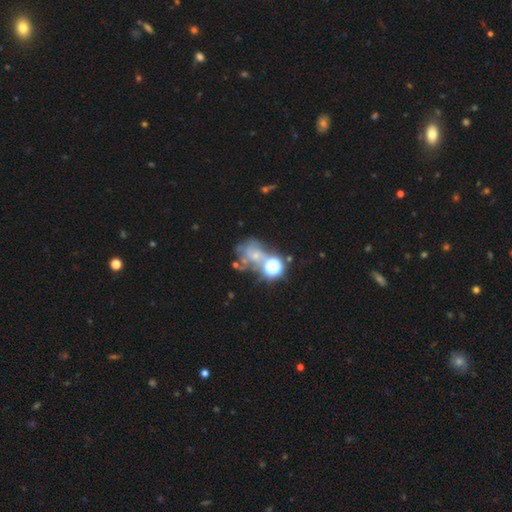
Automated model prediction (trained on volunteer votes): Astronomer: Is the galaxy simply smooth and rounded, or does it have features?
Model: featured or disk — 41% (runner-up: smooth, 30%).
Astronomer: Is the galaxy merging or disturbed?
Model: none — 32% (runner-up: merger, 26%).